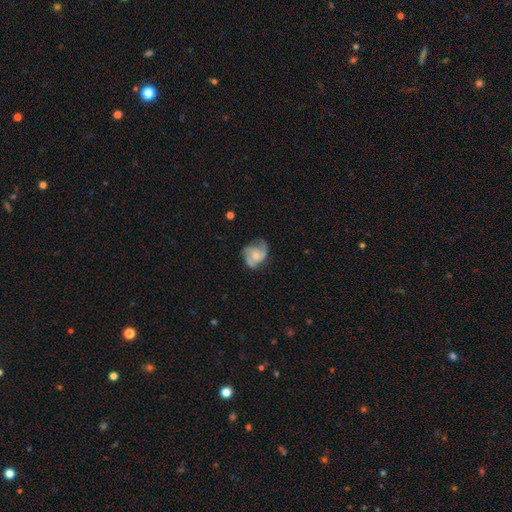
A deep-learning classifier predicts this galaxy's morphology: This is likely a featured or disk galaxy (72%). It is clearly not viewed edge-on (98%). Bar: likely no (71%). Spiral arm pattern: clearly yes (91%). Spiral arm count: marginally 3 (41%). Spiral winding: possibly medium (50%). Central bulge: possibly small (51%). Merging: possibly none (56%).